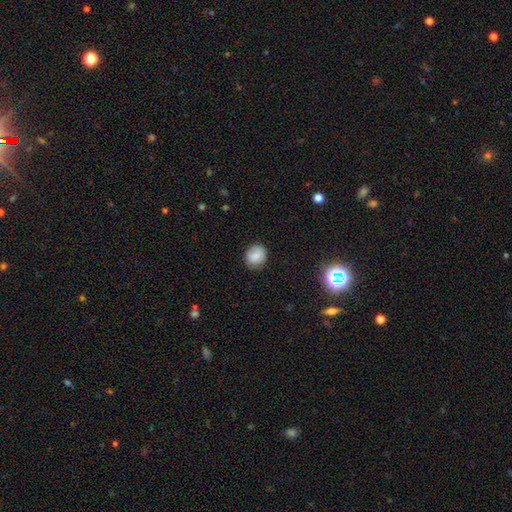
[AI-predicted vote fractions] Smooth or featured? smooth (83%)
How rounded? round (73%)
Merging? none (81%)